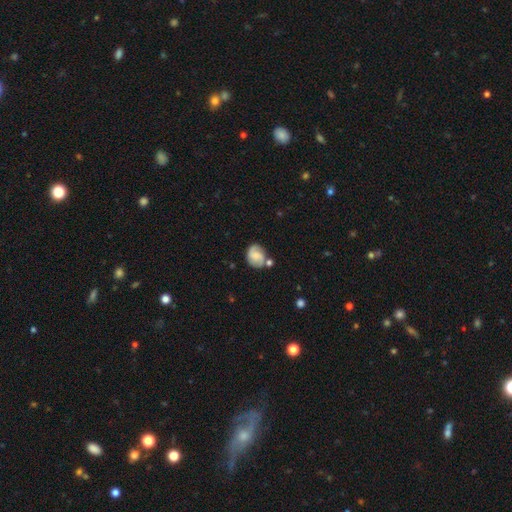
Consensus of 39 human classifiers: Q: Smooth or featured?
A: featured or disk (51%); runner-up: smooth (36%)
Q: Edge-on disk?
A: no (100%)
Q: Bar?
A: weak (45%); runner-up: no (40%)
Q: Spiral arms?
A: yes (95%); runner-up: no (5%)
Q: Spiral winding?
A: medium (37%); tied with: loose (37%)
Q: Spiral arm count?
A: 2 (95%); runner-up: can't tell (5%)
Q: Bulge size?
A: none (45%); runner-up: small (30%)
Q: Merging?
A: none (50%); runner-up: minor disturbance (38%)